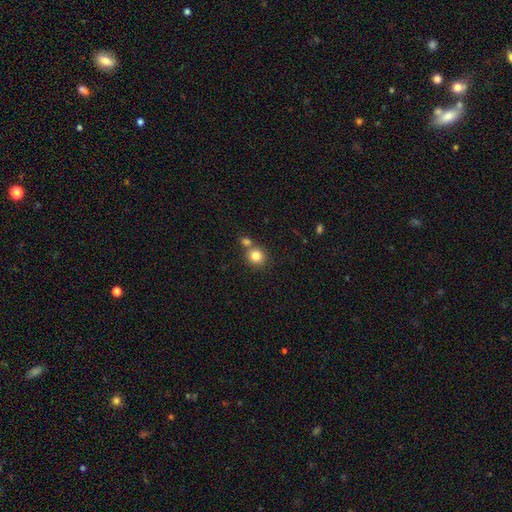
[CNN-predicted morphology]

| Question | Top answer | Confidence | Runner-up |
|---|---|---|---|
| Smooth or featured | smooth | 83% | star or artifact (11%) |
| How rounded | round | 88% | in between (11%) |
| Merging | none | 61% | merger (28%) |